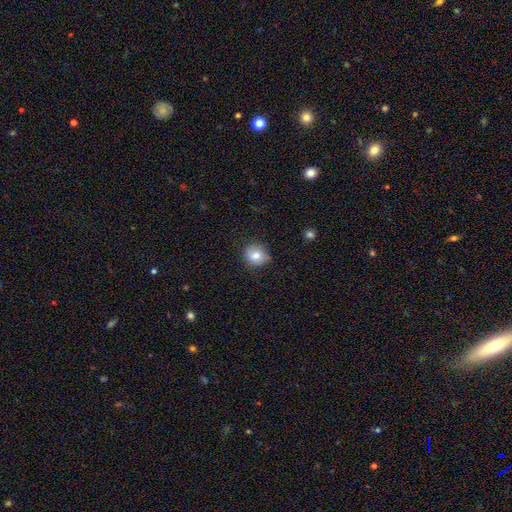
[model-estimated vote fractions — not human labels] A smooth galaxy with no disk features (77%) that is round (80%). Merging: none (76%).